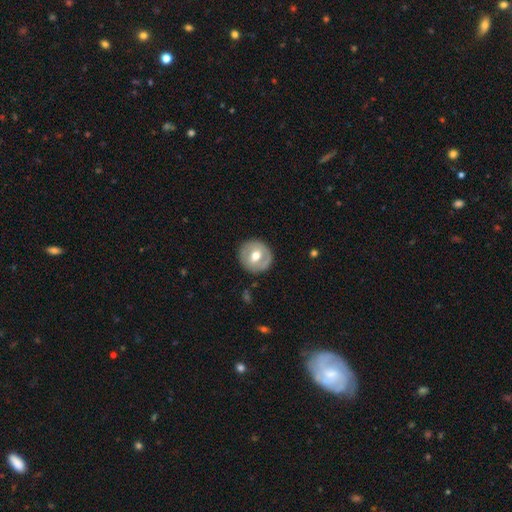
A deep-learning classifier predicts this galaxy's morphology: Smooth or featured?
  - featured or disk: 48% *
  - smooth: 47%
  - star or artifact: 6%
Merging?
  - none: 86% *
  - minor disturbance: 10%
  - major disturbance: 3%
  - merger: 1%